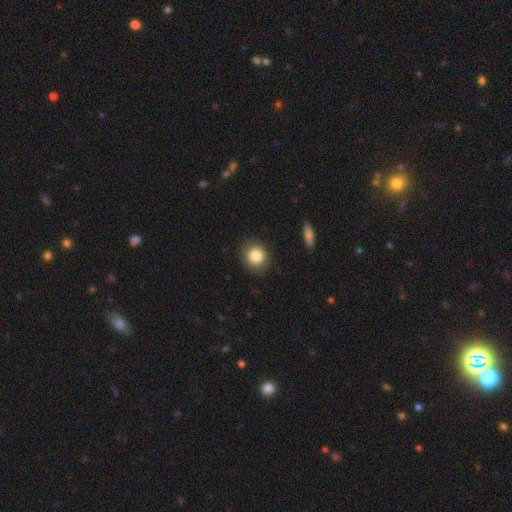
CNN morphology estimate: Smooth or featured?
  - smooth: 84% *
  - star or artifact: 10%
  - featured or disk: 7%
How rounded?
  - round: 85% *
  - in between: 14%
  - cigar-shaped: 1%
Merging?
  - none: 88% *
  - minor disturbance: 8%
  - major disturbance: 2%
  - merger: 1%